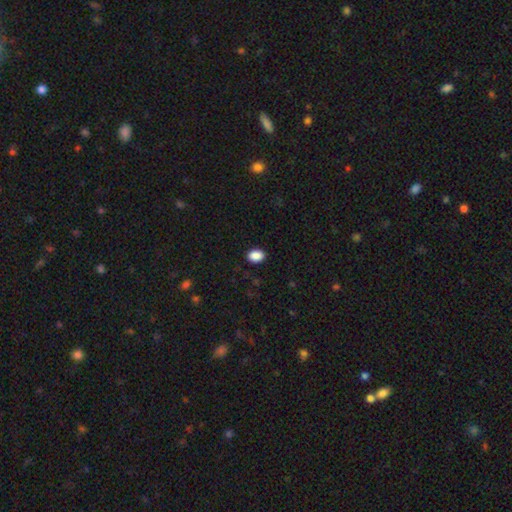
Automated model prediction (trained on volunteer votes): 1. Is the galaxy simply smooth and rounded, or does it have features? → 90% smooth, 8% star or artifact, 2% featured or disk.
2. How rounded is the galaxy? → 76% in between, 23% round, 1% cigar-shaped.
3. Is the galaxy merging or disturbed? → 90% none, 7% minor disturbance, 2% major disturbance, 1% merger.